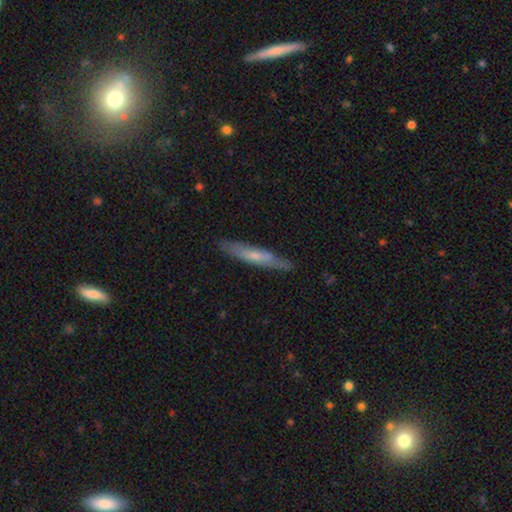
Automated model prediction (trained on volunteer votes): This is possibly a smooth galaxy (49%). Merging: clearly none (83%).